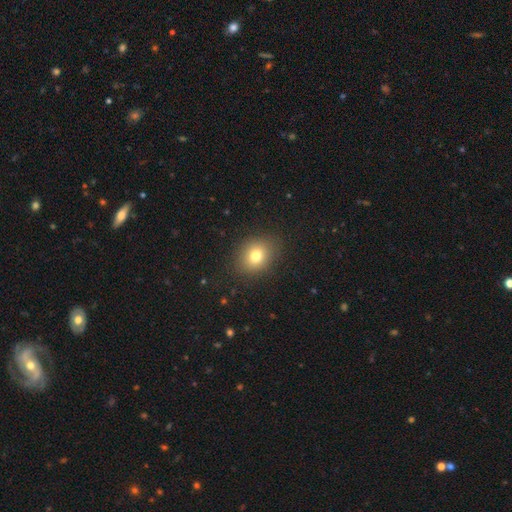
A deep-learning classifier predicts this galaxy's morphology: The model was most divided on "how rounded": round: 56%, in between: 43%, cigar-shaped: 1%. More confident: merging — none (87%); smooth or featured — smooth (77%).